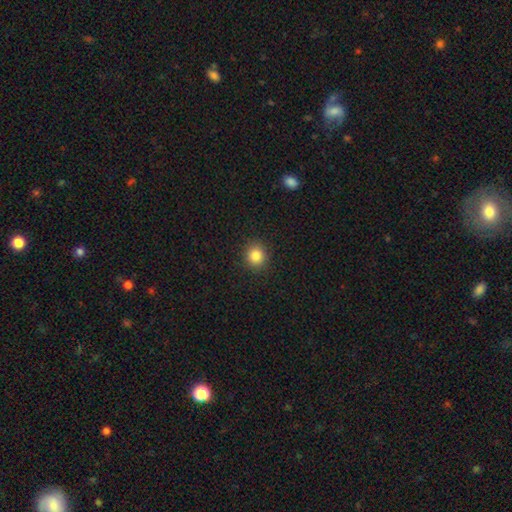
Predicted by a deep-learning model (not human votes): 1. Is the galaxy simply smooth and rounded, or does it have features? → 85% smooth, 11% star or artifact, 5% featured or disk.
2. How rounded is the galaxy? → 88% round, 12% in between, 1% cigar-shaped.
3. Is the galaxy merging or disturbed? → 91% none, 6% minor disturbance, 2% major disturbance, 1% merger.